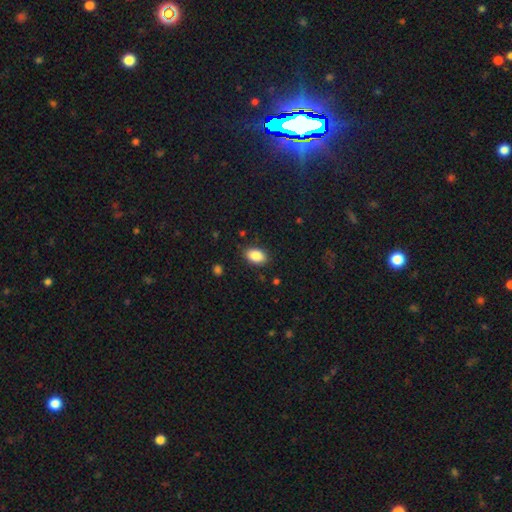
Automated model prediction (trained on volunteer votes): Smooth or featured? smooth (88%)
How rounded? in between (89%)
Merging? none (86%)